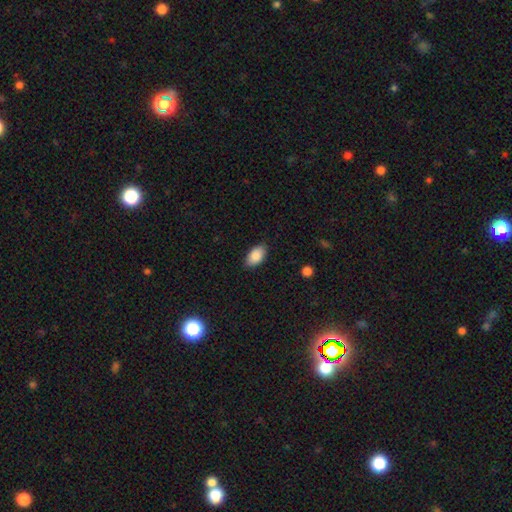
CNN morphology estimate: type=smooth (88%); roundness=in between (94%); merging=none (85%).